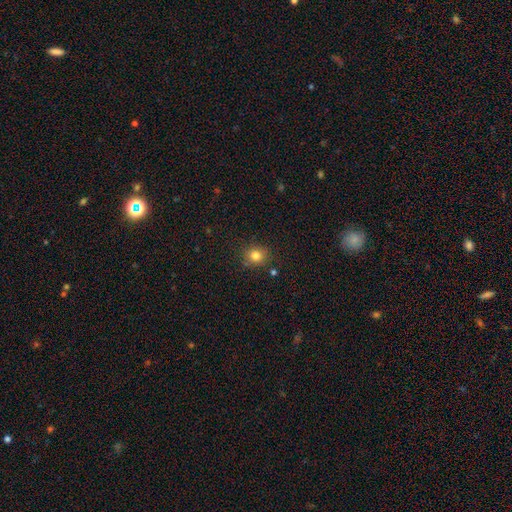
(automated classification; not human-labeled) Morphology: type=smooth (81%); roundness=round (79%); merging=none (83%).